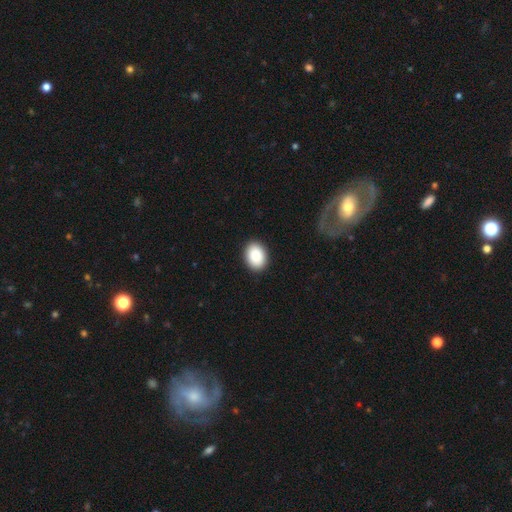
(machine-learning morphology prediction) smooth-or-featured: smooth: 85% | star or artifact: 7% | featured or disk: 7%
  how-rounded: in between: 71% | round: 28% | cigar-shaped: 1%
  merging: none: 91% | minor disturbance: 7% | major disturbance: 2% | merger: 1%